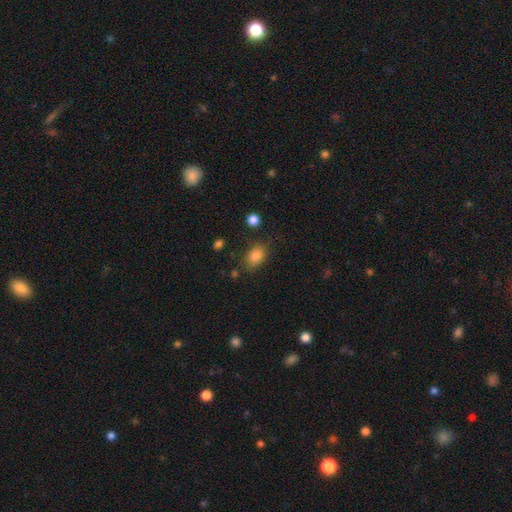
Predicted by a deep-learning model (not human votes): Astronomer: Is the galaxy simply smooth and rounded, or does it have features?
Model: smooth — 83%.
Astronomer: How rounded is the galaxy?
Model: in between — 75%.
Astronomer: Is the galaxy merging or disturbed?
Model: none — 76%.